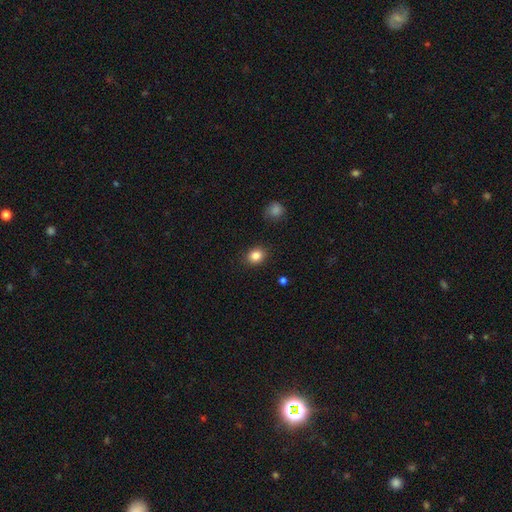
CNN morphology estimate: Smooth or featured?
  - smooth: 85% *
  - star or artifact: 10%
  - featured or disk: 5%
How rounded?
  - round: 63% *
  - in between: 37%
  - cigar-shaped: 1%
Merging?
  - none: 88% *
  - minor disturbance: 8%
  - major disturbance: 2%
  - merger: 1%